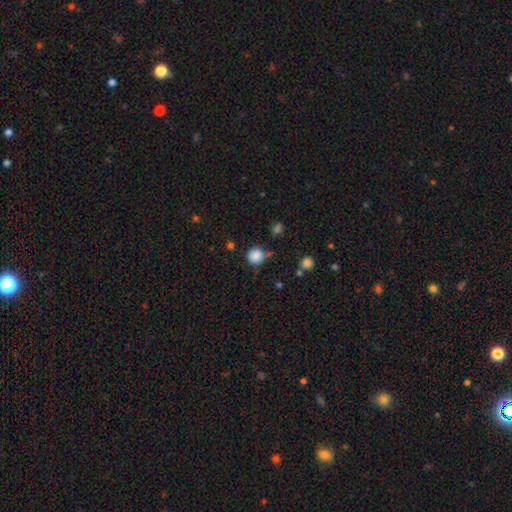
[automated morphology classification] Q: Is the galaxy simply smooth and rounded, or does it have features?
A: smooth — 85%.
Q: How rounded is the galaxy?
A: round — 92%.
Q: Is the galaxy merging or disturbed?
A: none — 71%.